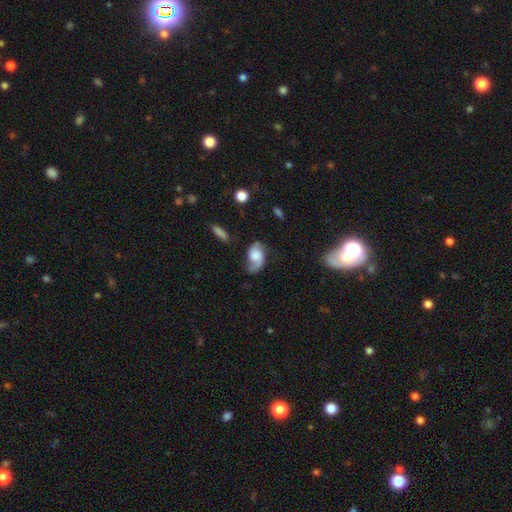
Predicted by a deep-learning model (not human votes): Q: Smooth or featured?
A: featured or disk (70%); runner-up: smooth (23%)
Q: Edge-on disk?
A: no (97%); runner-up: yes (3%)
Q: Bar?
A: no (63%); runner-up: weak (31%)
Q: Spiral arms?
A: yes (93%); runner-up: no (7%)
Q: Spiral winding?
A: loose (48%); runner-up: medium (38%)
Q: Spiral arm count?
A: 2 (75%); runner-up: 1 (18%)
Q: Bulge size?
A: large (35%); runner-up: moderate (28%)
Q: Merging?
A: none (57%); runner-up: minor disturbance (25%)